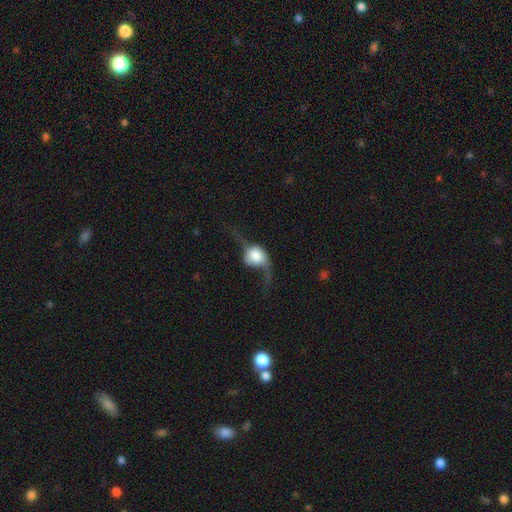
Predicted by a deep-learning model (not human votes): Smooth or featured?
  - featured or disk: 59% *
  - smooth: 33%
  - star or artifact: 8%
Edge-on disk?
  - no: 54% *
  - yes: 46%
Merging?
  - none: 38% *
  - major disturbance: 36%
  - minor disturbance: 21%
  - merger: 5%